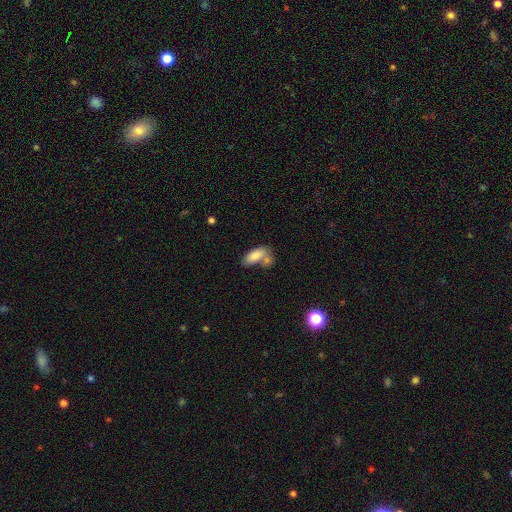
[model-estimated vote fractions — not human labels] Q: Smooth or featured?
A: smooth (82%); runner-up: featured or disk (11%)
Q: How rounded?
A: in between (85%); runner-up: cigar-shaped (12%)
Q: Merging?
A: merger (42%); runner-up: none (37%)